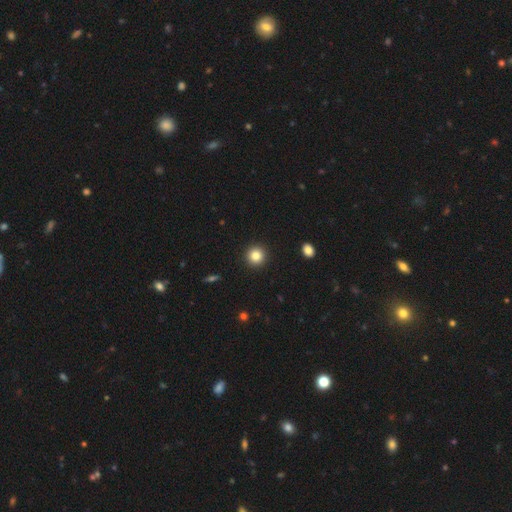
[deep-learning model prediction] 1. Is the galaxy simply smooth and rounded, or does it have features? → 83% smooth, 11% star or artifact, 6% featured or disk.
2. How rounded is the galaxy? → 95% round, 4% in between, 1% cigar-shaped.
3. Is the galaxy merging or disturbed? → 93% none, 4% minor disturbance, 2% major disturbance, 1% merger.